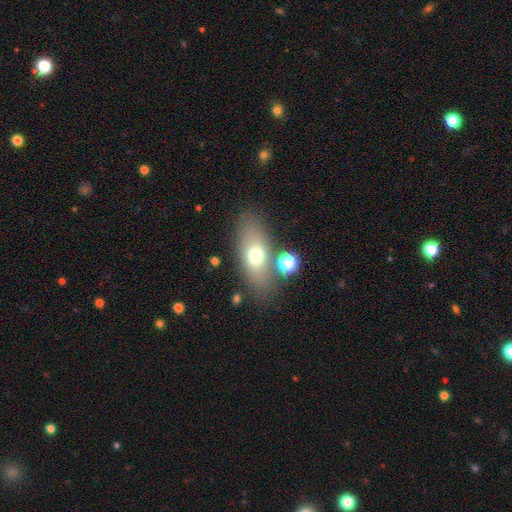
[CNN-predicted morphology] Smooth or featured: smooth — 67% (featured or disk — 23%)
How rounded: in between — 79% (cigar-shaped — 13%)
Merging: none — 75% (minor disturbance — 12%)